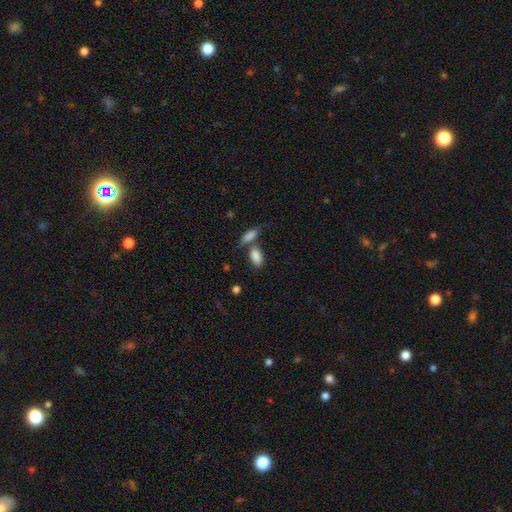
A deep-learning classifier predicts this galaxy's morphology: The model was most divided on "merging": none: 49%, merger: 35%, minor disturbance: 12%, major disturbance: 5%. More confident: how rounded — in between (91%); smooth or featured — smooth (87%).